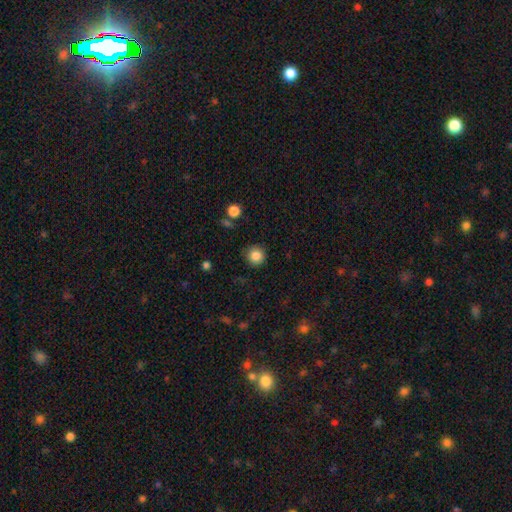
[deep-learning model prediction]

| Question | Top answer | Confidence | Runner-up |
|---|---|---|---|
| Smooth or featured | smooth | 84% | star or artifact (10%) |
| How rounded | round | 93% | in between (6%) |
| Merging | none | 89% | minor disturbance (7%) |